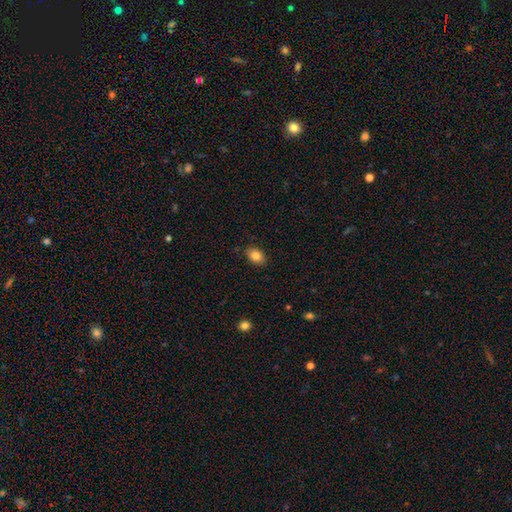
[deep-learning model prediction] A smooth galaxy with no disk features (85%) that is in between round and cigar-shaped (78%). Merging: none (86%).